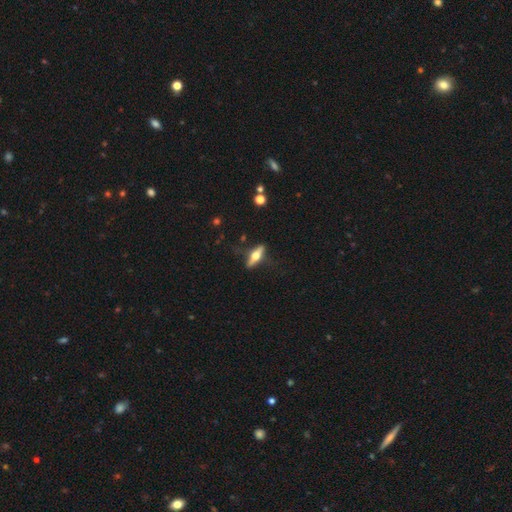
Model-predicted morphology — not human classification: Smooth or featured? Predicted: featured or disk (p=0.61). Edge-on disk? Predicted: yes (p=0.92). Edge-on bulge? Predicted: rounded (p=0.95). Merging? Predicted: none (p=0.75).